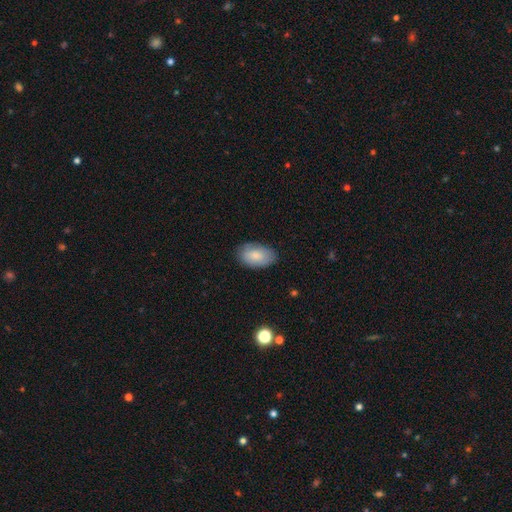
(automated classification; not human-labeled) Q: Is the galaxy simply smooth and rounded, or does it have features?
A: smooth — 83%.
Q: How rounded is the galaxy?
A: in between — 94%.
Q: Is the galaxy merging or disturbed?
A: none — 82%.